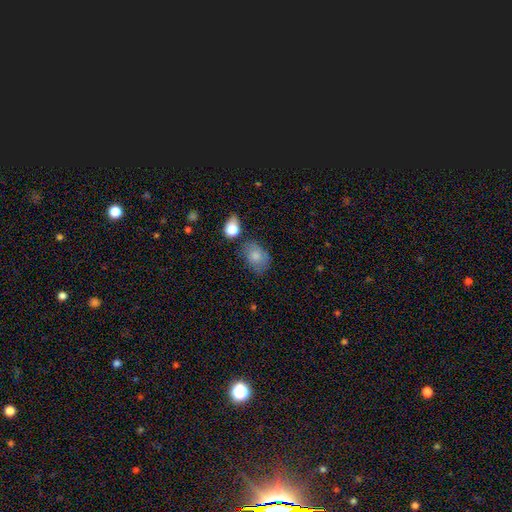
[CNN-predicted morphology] Smooth or featured? Predicted: smooth (p=0.78). How rounded? Predicted: in between (p=0.73). Merging? Predicted: none (p=0.61).